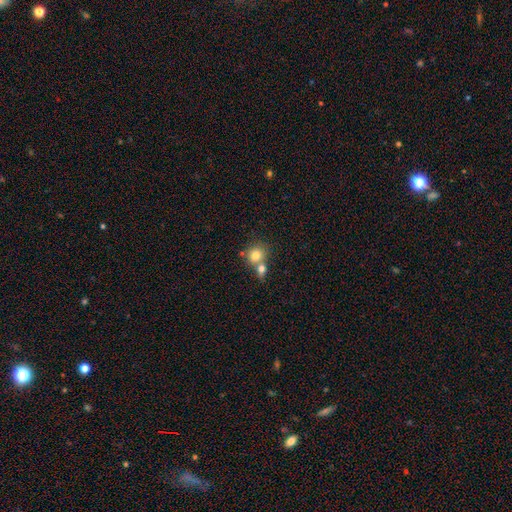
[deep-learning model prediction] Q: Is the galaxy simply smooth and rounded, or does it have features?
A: smooth — 78%.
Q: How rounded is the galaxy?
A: round — 77%.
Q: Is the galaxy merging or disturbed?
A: merger — 47%.